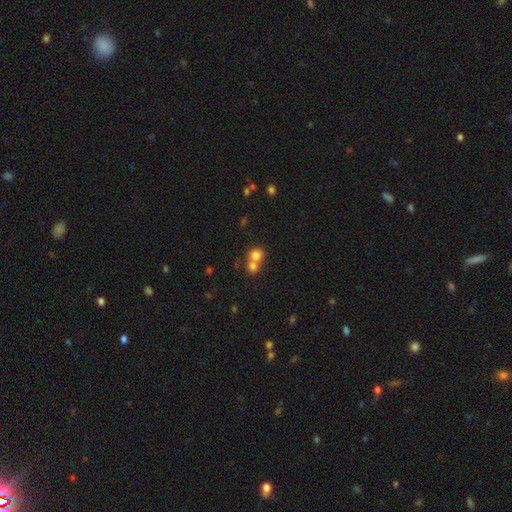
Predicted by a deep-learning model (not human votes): Morphology: type=smooth (75%); roundness=round (72%); merging=merger (61%).